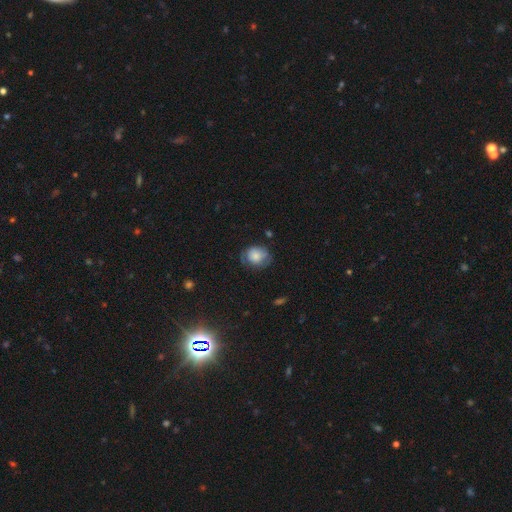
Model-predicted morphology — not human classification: smooth_or_featured: smooth (p=0.71) [alt: featured or disk p=0.21]
how_rounded: round (p=0.64) [alt: in between p=0.35]
merging: none (p=0.53) [alt: minor disturbance p=0.31]